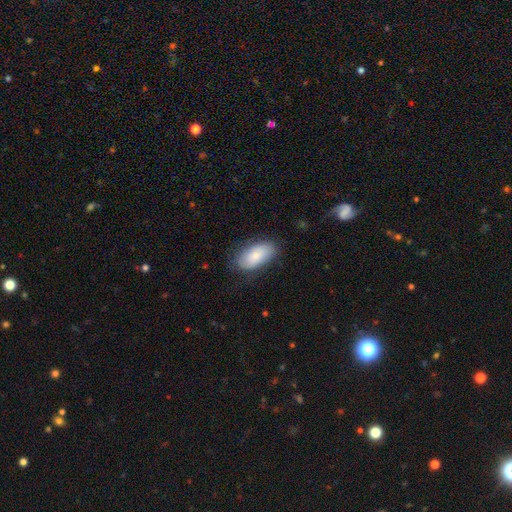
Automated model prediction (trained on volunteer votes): Smooth or featured? Predicted: smooth (p=0.78). How rounded? Predicted: in between (p=0.94). Merging? Predicted: none (p=0.78).